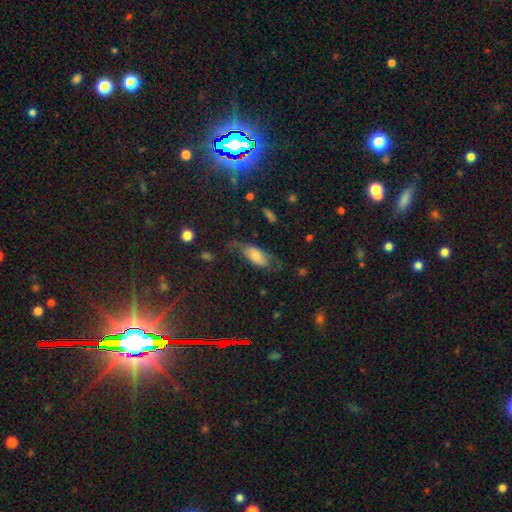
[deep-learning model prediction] The model was most divided on "smooth or featured": smooth: 52%, featured or disk: 38%, star or artifact: 10%. Remaining: how rounded — in between (85%); merging — none (44%).